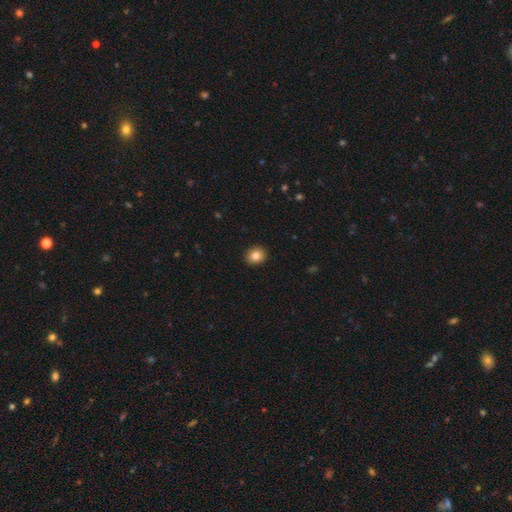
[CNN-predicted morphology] The model was most divided on "how rounded": round: 73%, in between: 26%, cigar-shaped: 1%. More confident: merging — none (92%); smooth or featured — smooth (83%).